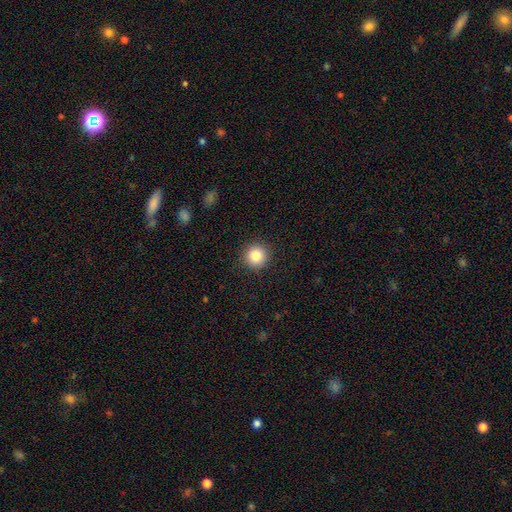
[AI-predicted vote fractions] The model was most divided on "smooth or featured": smooth: 85%, star or artifact: 10%, featured or disk: 5%. More confident: how rounded — round (95%); merging — none (91%).